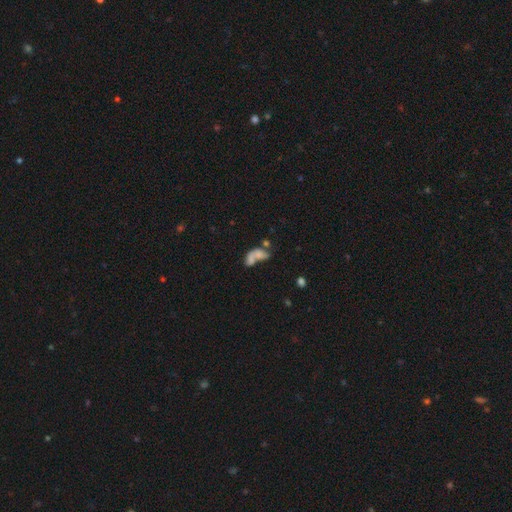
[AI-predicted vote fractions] Smooth or featured: smooth — 58% (featured or disk — 29%)
How rounded: in between — 84% (round — 12%)
Merging: merger — 57% (none — 17%)